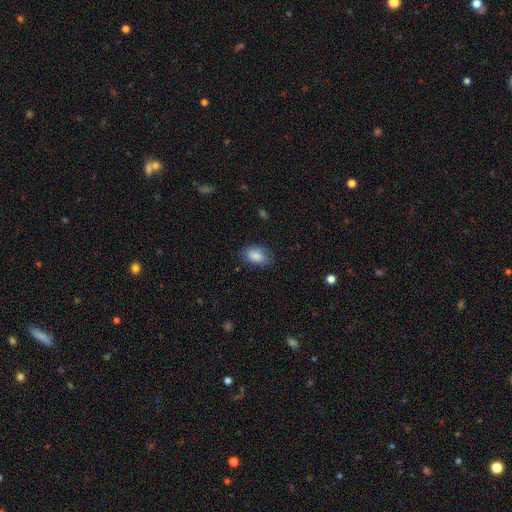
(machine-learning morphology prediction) A smooth galaxy with no disk features (86%) that is in between round and cigar-shaped (88%). Merging: none (71%).